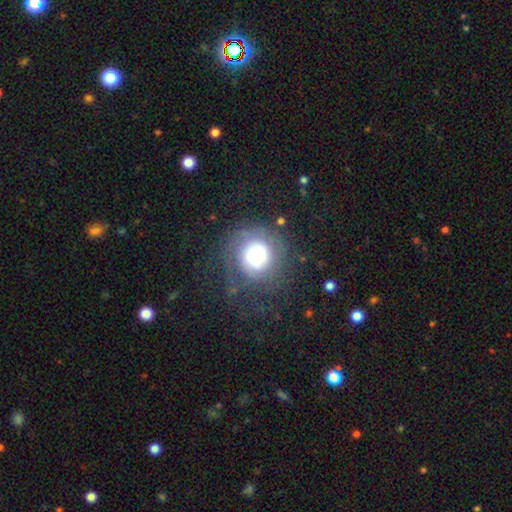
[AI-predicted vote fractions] A featured or disk galaxy (50%). Merging: none (61%).